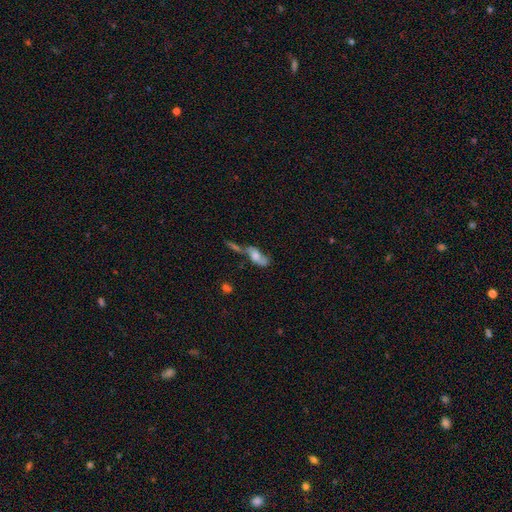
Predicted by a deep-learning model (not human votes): A smooth galaxy with no disk features (47%). Merging: merger (44%).